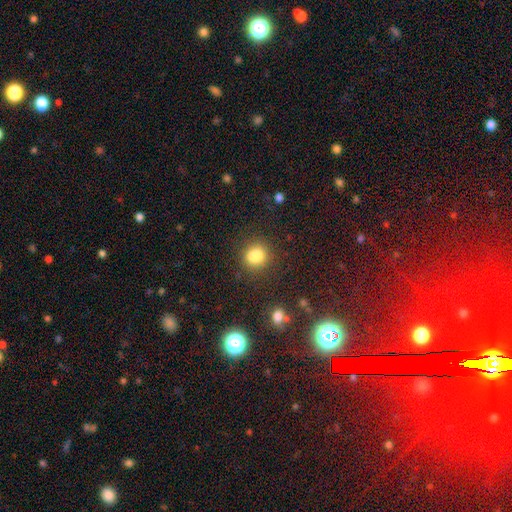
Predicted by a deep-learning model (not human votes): This is likely a smooth galaxy (77%). How rounded: likely round (80%). Merging: possibly none (57%).